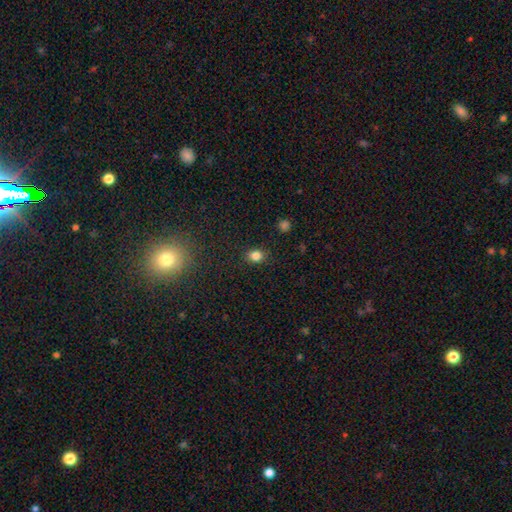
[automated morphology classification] The model was most divided on "how rounded": round: 64%, in between: 35%, cigar-shaped: 1%. More confident: merging — none (87%); smooth or featured — smooth (83%).